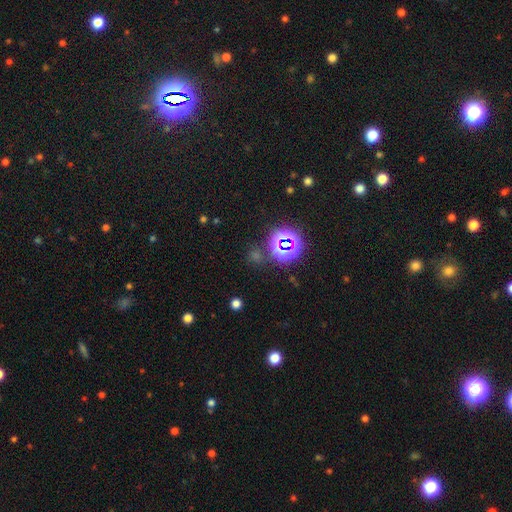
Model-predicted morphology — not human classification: This appears to be a star or artifact, not a galaxy (68%).